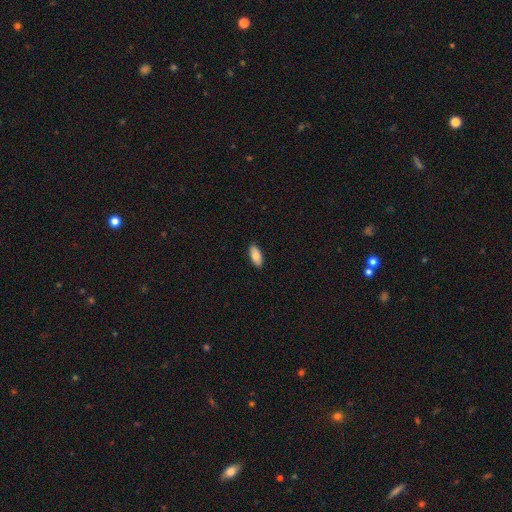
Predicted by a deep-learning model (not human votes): smooth-or-featured: smooth: 80% | featured or disk: 14% | star or artifact: 6%
  how-rounded: in between: 90% | cigar-shaped: 8% | round: 2%
  merging: none: 90% | minor disturbance: 8% | major disturbance: 2% | merger: 1%